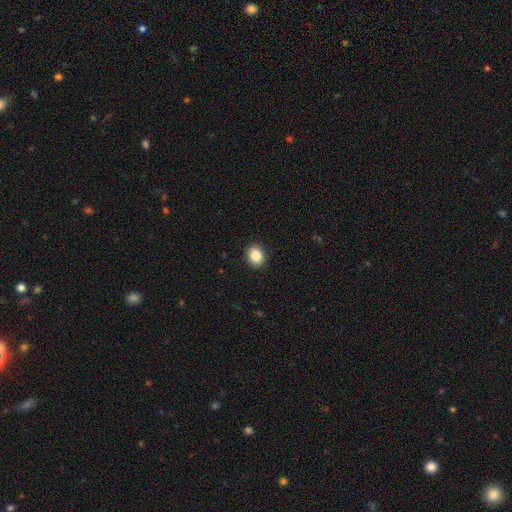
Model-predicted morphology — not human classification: The model was most divided on "how rounded": round: 60%, in between: 39%, cigar-shaped: 1%. More confident: merging — none (91%); smooth or featured — smooth (86%).